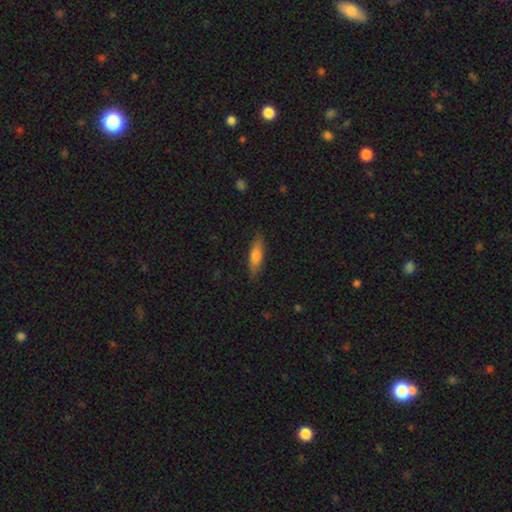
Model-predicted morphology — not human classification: This appears to be a smooth galaxy with no disk features (69%) that is cigar-shaped (54%). Merging: none (83%).